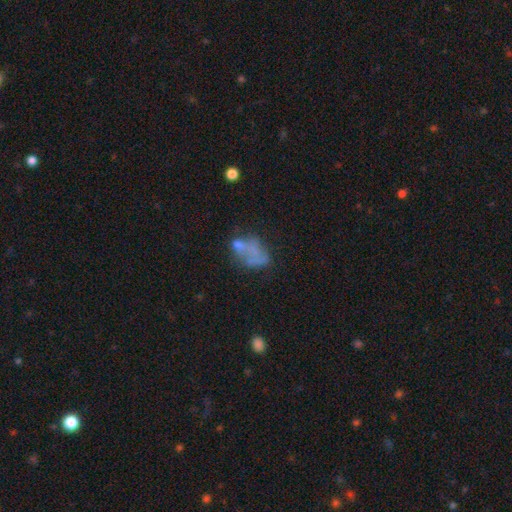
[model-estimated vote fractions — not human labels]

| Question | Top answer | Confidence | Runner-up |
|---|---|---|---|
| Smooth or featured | smooth | 43% | featured or disk (41%) |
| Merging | none | 32% | major disturbance (27%) |